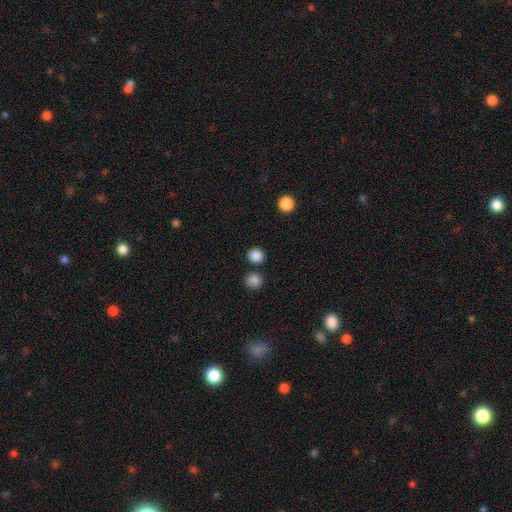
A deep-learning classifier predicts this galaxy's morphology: The model was most divided on "smooth or featured": smooth: 86%, star or artifact: 11%, featured or disk: 3%. More confident: how rounded — round (87%); merging — none (83%).